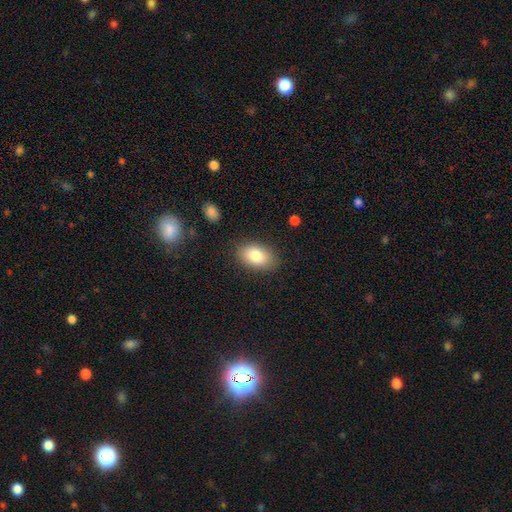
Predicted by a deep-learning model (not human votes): Overall: smooth (82%). How rounded: in between (89%). Merging: none (85%).